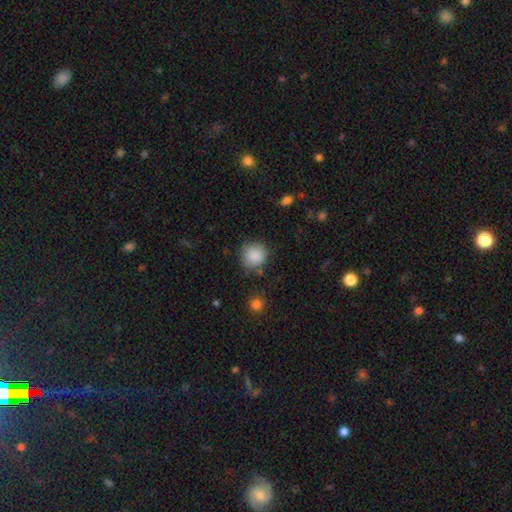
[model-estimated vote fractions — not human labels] Q: Smooth or featured?
A: smooth (88%); runner-up: star or artifact (9%)
Q: How rounded?
A: round (90%); runner-up: in between (9%)
Q: Merging?
A: none (79%); runner-up: minor disturbance (13%)